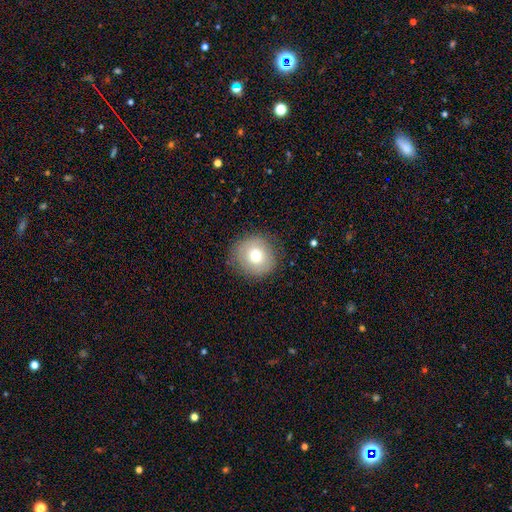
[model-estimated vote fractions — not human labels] smooth_or_featured: smooth (p=0.71) [alt: featured or disk p=0.18]
how_rounded: round (p=0.90) [alt: in between p=0.09]
merging: none (p=0.83) [alt: minor disturbance p=0.12]